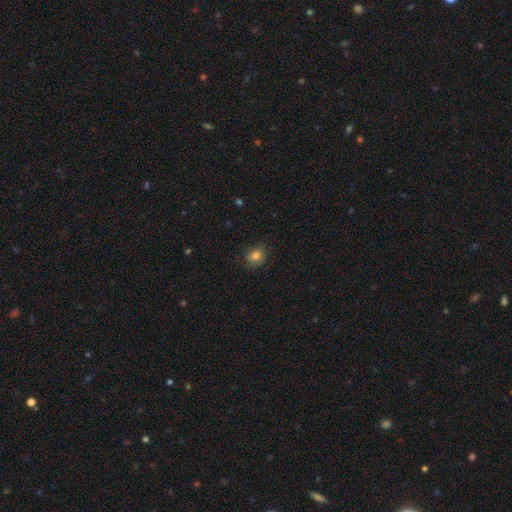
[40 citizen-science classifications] smooth-or-featured: smooth: 78% | featured or disk: 20% | star or artifact: 2%
  how-rounded: round: 68% | in between: 32% | cigar-shaped: 0%
  merging: none: 69% | minor disturbance: 31% | major disturbance: 0% | merger: 0%